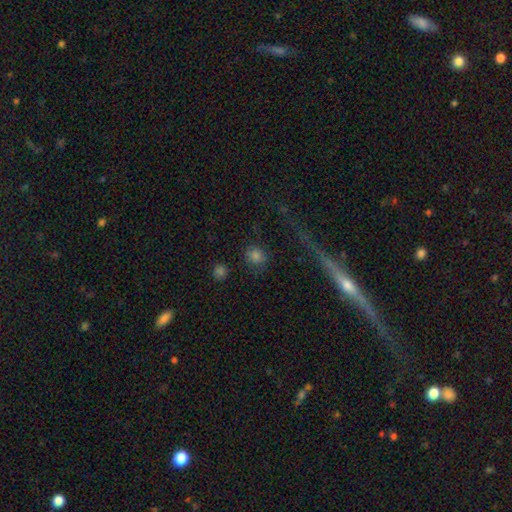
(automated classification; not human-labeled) Smooth or featured?
  - smooth: 73% *
  - star or artifact: 17%
  - featured or disk: 10%
How rounded?
  - round: 88% *
  - in between: 10%
  - cigar-shaped: 2%
Merging?
  - none: 82% *
  - minor disturbance: 9%
  - merger: 5%
  - major disturbance: 5%